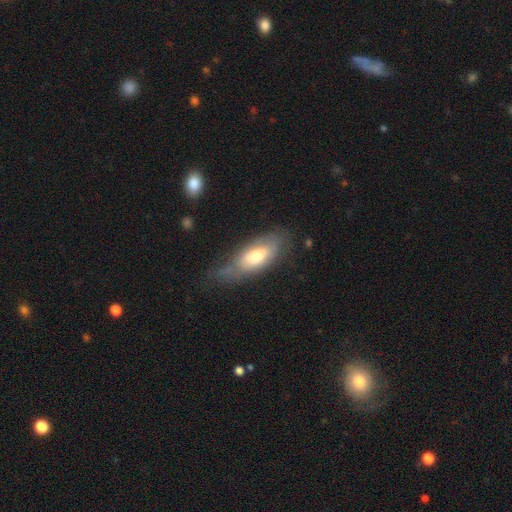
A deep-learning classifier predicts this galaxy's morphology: Smooth or featured: smooth — 61% (featured or disk — 32%)
How rounded: in between — 83% (cigar-shaped — 14%)
Merging: none — 48% (minor disturbance — 32%)